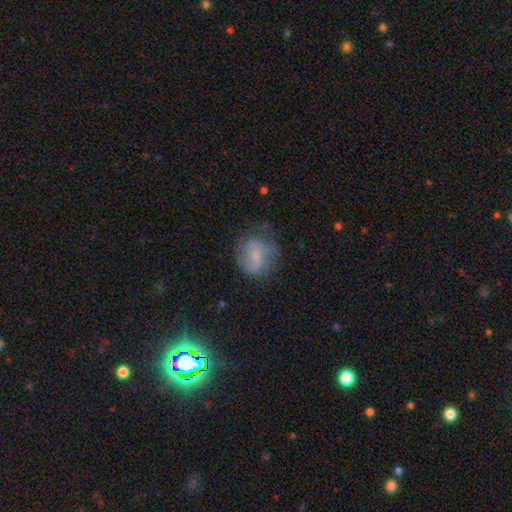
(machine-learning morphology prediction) A smooth galaxy with no disk features (47%).

Vote fractions:
- Smooth or featured? smooth: 47% / featured or disk: 43% / star or artifact: 10%
- Merging? none: 58% / minor disturbance: 25% / major disturbance: 16% / merger: 2%